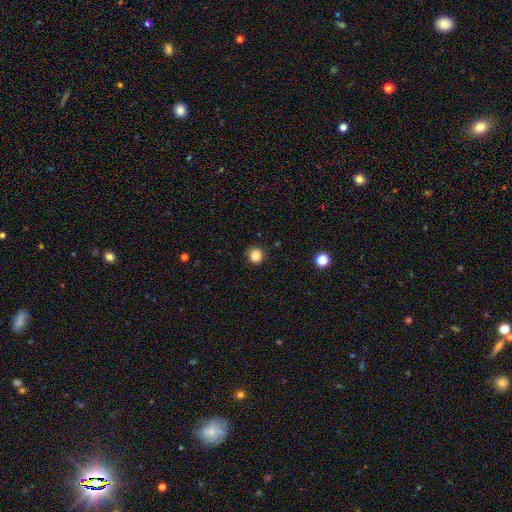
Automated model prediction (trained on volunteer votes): Smooth or featured? Predicted: smooth (p=0.86). How rounded? Predicted: round (p=0.93). Merging? Predicted: none (p=0.89).